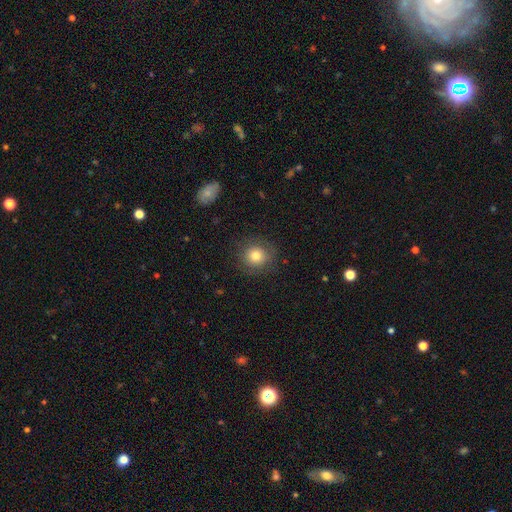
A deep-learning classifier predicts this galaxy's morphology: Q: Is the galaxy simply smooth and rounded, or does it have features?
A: smooth — 78%.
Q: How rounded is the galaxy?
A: round — 89%.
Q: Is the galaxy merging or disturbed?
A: none — 84%.